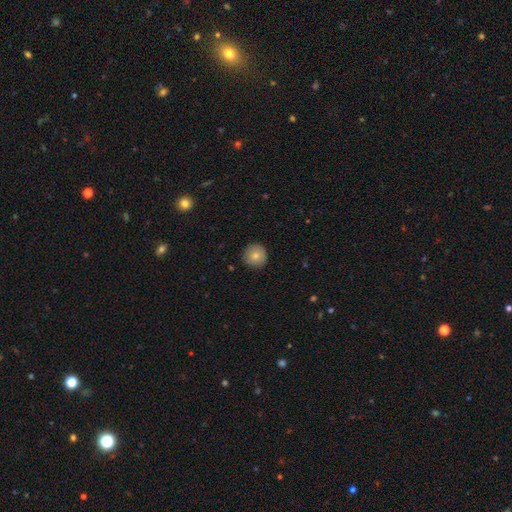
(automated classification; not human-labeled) Smooth or featured: smooth — 80% (featured or disk — 12%)
How rounded: round — 95% (in between — 4%)
Merging: none — 90% (minor disturbance — 7%)